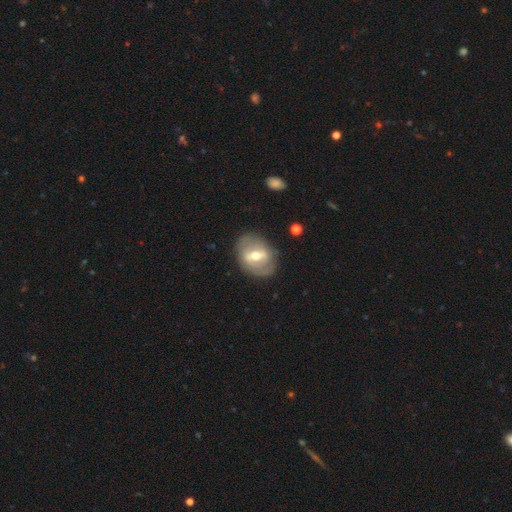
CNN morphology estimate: A featured or disk galaxy (61%) with a strong bar (51%), no spiral arms (71%) and a moderate central bulge (71%).

Vote fractions:
- Smooth or featured? featured or disk: 61% / smooth: 32% / star or artifact: 7%
- Edge-on disk? no: 89% / yes: 11%
- Bar? strong: 51% / weak: 36% / no: 13%
- Spiral arms? no: 71% / yes: 29%
- Bulge size? moderate: 71% / small: 17% / large: 10% / dominant: 1% / none: 1%
- Merging? none: 78% / minor disturbance: 15% / major disturbance: 6% / merger: 2%